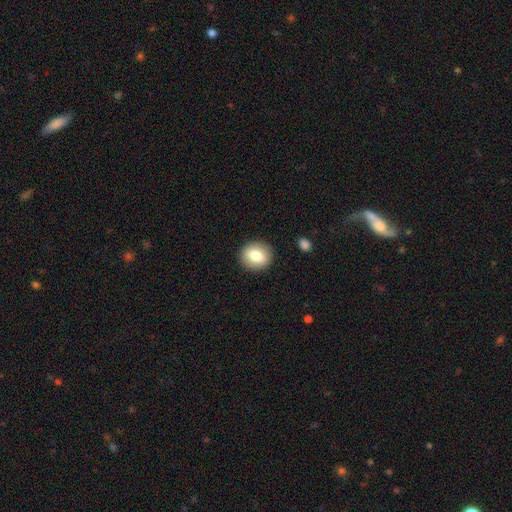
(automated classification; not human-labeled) Q: Smooth or featured?
A: smooth (76%); runner-up: featured or disk (16%)
Q: How rounded?
A: round (73%); runner-up: in between (26%)
Q: Merging?
A: none (90%); runner-up: minor disturbance (7%)